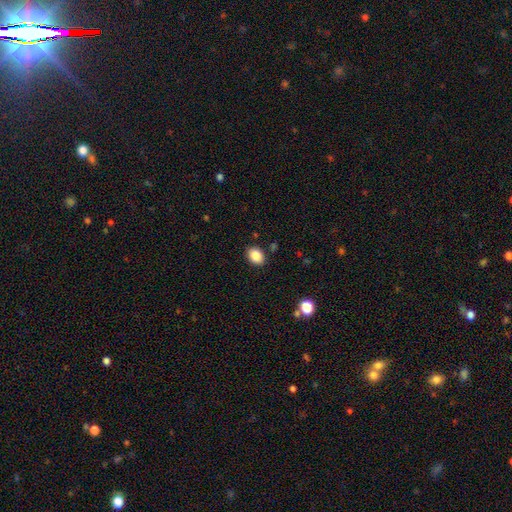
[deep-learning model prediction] Smooth or featured: smooth — 87% (star or artifact — 9%)
How rounded: in between — 61% (round — 38%)
Merging: none — 87% (minor disturbance — 9%)